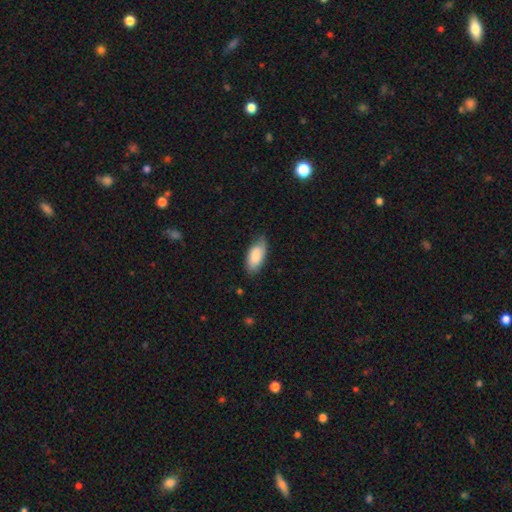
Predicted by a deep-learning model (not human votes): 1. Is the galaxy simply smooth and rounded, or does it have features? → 85% smooth, 10% featured or disk, 6% star or artifact.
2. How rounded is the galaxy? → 90% in between, 8% cigar-shaped, 2% round.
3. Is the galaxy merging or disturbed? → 74% none, 21% minor disturbance, 4% major disturbance, 1% merger.